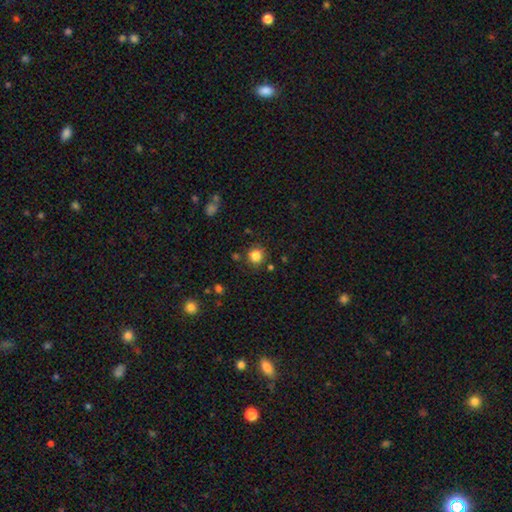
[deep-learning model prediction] This is clearly a smooth galaxy (83%). How rounded: clearly round (91%). Merging: clearly none (84%).